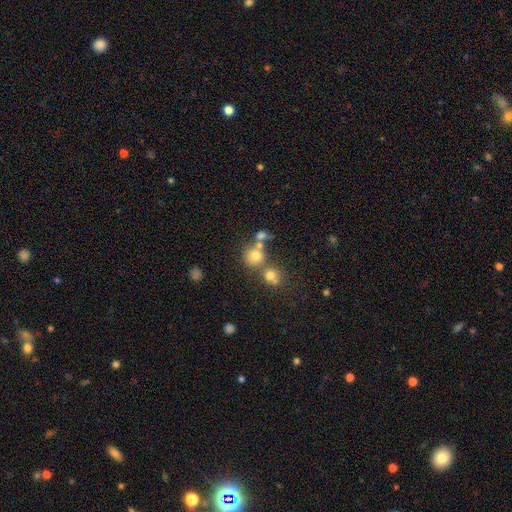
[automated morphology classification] Overall: smooth (72%). How rounded: round (84%). Merging: none (50%; merger 36%).